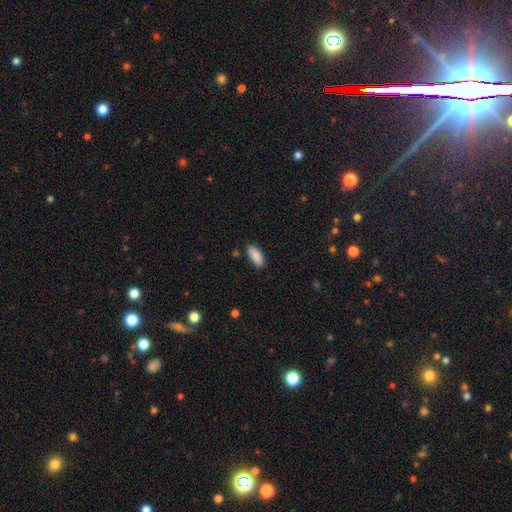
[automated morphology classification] Q: Smooth or featured?
A: smooth (90%); runner-up: star or artifact (6%)
Q: How rounded?
A: in between (83%); runner-up: cigar-shaped (15%)
Q: Merging?
A: none (86%); runner-up: minor disturbance (10%)